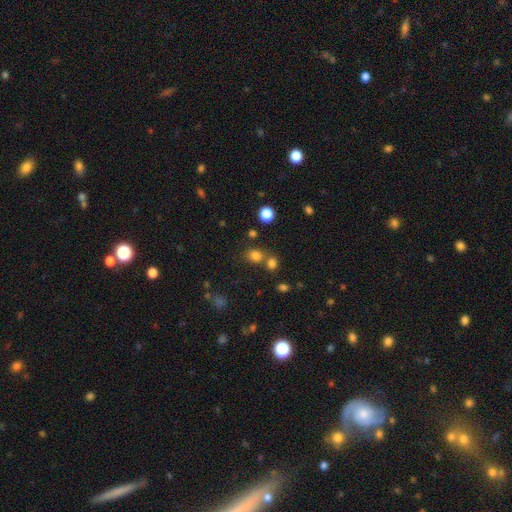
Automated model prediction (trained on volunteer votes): Smooth or featured? smooth (77%)
How rounded? round (74%)
Merging? none (62%)